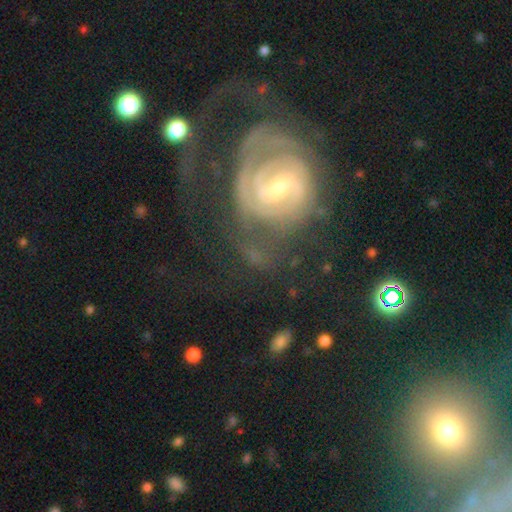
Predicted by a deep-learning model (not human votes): This appears to be a featured or disk galaxy (73%) with a weak bar (46%), 2 (53%) tight (62%) spiral arms (91%) and a moderate central bulge (48%). Merging: none (61%).